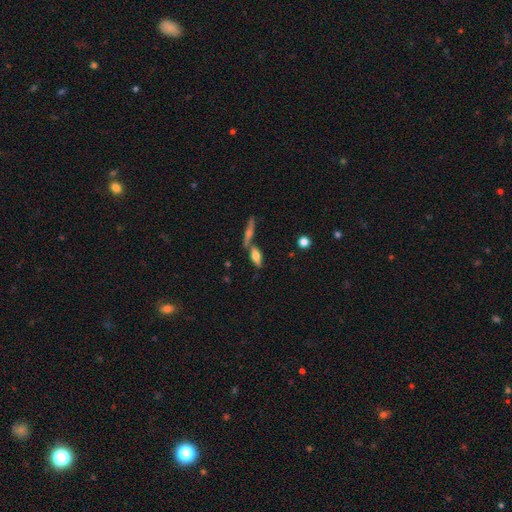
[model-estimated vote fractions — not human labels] Q: Smooth or featured?
A: smooth (58%); runner-up: featured or disk (33%)
Q: How rounded?
A: in between (67%); runner-up: cigar-shaped (29%)
Q: Merging?
A: none (59%); runner-up: merger (25%)